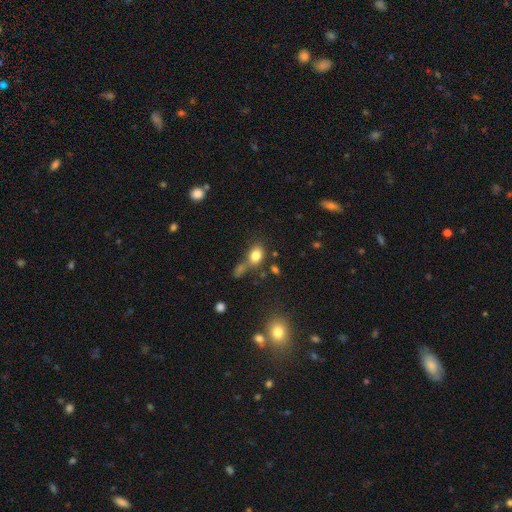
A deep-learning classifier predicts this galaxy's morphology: Q: Smooth or featured?
A: smooth (80%); runner-up: star or artifact (11%)
Q: How rounded?
A: in between (72%); runner-up: round (26%)
Q: Merging?
A: none (51%); runner-up: merger (26%)